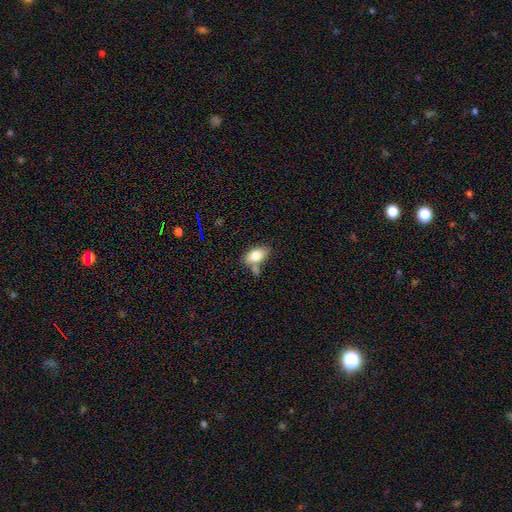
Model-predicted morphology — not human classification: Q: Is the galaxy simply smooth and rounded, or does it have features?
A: smooth — 81%.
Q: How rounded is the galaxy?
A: in between — 90%.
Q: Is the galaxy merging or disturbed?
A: none — 54%.